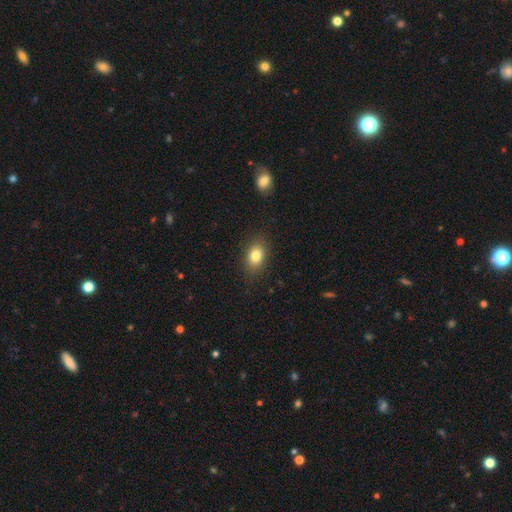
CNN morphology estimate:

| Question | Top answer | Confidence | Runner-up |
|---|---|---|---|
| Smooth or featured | smooth | 82% | star or artifact (9%) |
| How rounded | in between | 77% | round (21%) |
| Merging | none | 86% | minor disturbance (10%) |